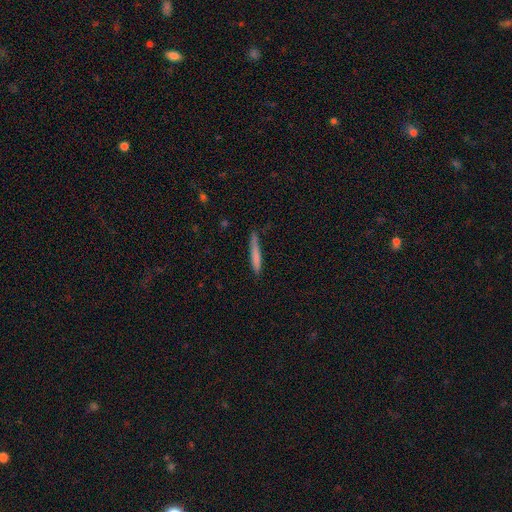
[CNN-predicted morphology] type=smooth (75%); roundness=cigar-shaped (95%); merging=none (76%).